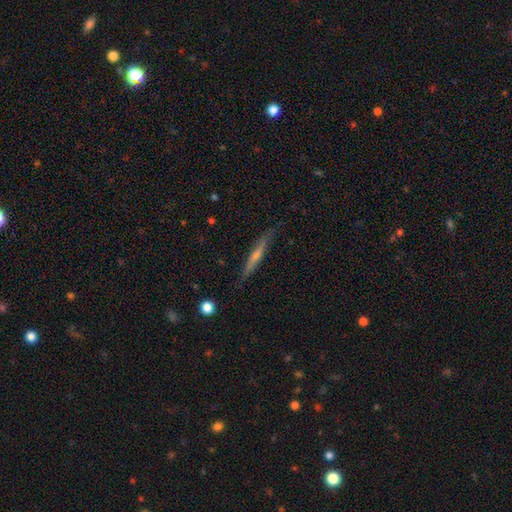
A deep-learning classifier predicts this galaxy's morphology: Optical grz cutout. It shows a featured or disk galaxy (60%) viewed edge-on (95%) with a rounded central bulge (50%). Merging: none (85%).